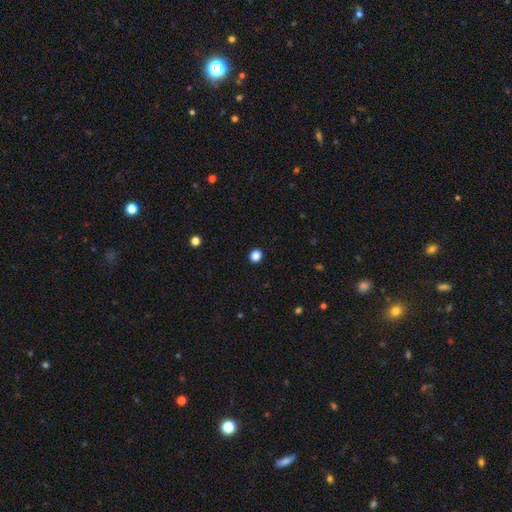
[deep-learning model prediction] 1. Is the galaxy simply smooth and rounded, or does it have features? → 85% smooth, 12% star or artifact, 3% featured or disk.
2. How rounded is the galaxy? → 81% round, 18% in between, 1% cigar-shaped.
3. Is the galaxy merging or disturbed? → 93% none, 5% minor disturbance, 2% major disturbance, 1% merger.